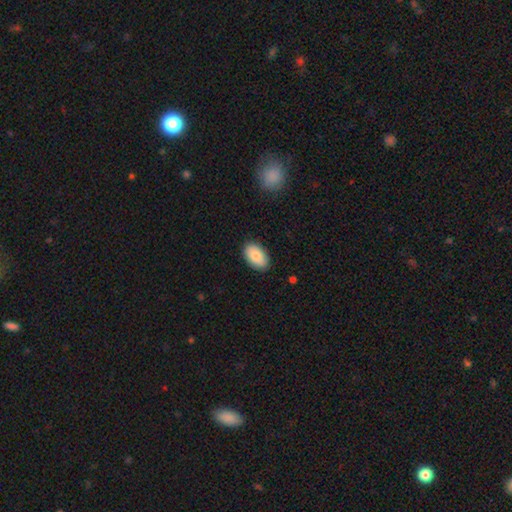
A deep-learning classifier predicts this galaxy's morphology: This appears to be a smooth galaxy with no disk features (86%) that is in between round and cigar-shaped (94%). Merging: none (88%).